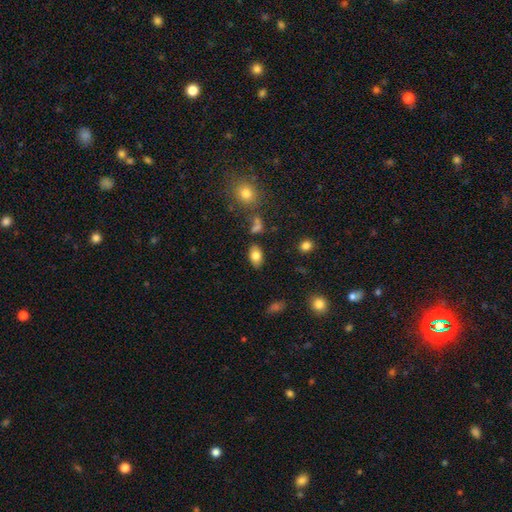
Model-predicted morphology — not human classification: smooth 79%, featured or disk 12%, star or artifact 9%. Down the decision tree: how rounded — in between (90%); merging — none (80%).